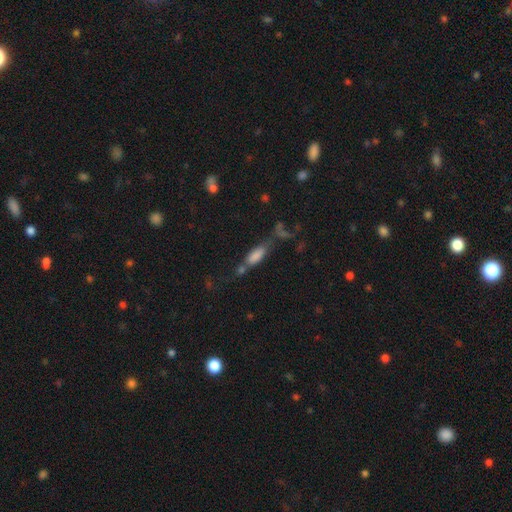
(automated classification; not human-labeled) smooth 73%, featured or disk 15%, star or artifact 12%. Down the decision tree: how rounded — in between (64%); merging — none (37%).